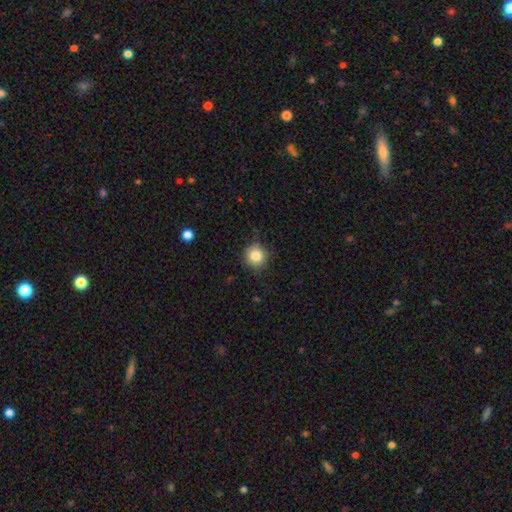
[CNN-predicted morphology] smooth-or-featured: smooth: 83% | star or artifact: 10% | featured or disk: 6%
  how-rounded: round: 91% | in between: 8% | cigar-shaped: 1%
  merging: none: 86% | minor disturbance: 11% | major disturbance: 2% | merger: 1%